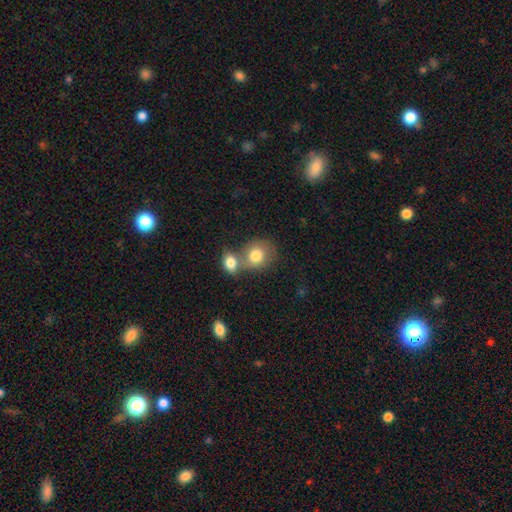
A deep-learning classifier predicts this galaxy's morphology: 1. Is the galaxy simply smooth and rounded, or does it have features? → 79% smooth, 13% featured or disk, 8% star or artifact.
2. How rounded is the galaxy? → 69% round, 30% in between, 1% cigar-shaped.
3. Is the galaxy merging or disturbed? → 51% merger, 35% none, 9% minor disturbance, 4% major disturbance.